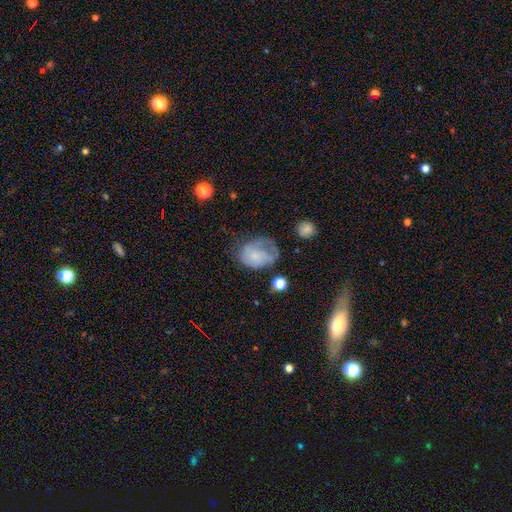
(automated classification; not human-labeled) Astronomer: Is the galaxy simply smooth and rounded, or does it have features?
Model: smooth — 51% (runner-up: featured or disk, 39%).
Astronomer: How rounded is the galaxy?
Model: in between — 61% (runner-up: round, 38%).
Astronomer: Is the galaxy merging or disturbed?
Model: major disturbance — 37% (runner-up: none, 31%).